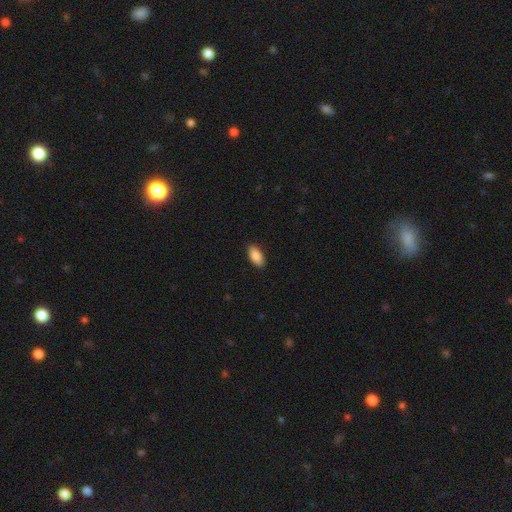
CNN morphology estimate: Smooth or featured? smooth (87%)
How rounded? in between (91%)
Merging? none (89%)